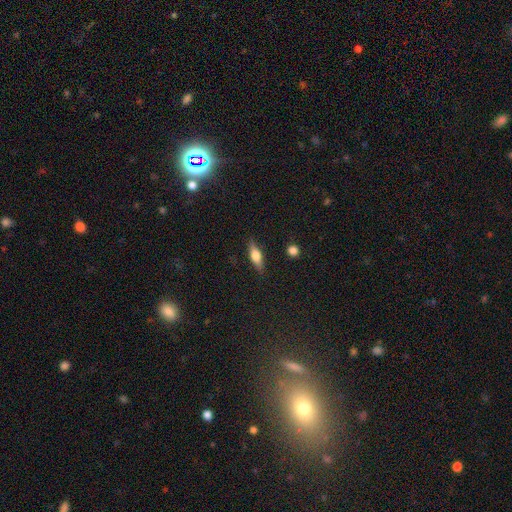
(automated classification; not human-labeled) Smooth or featured? smooth (53%)
How rounded? in between (52%)
Merging? none (85%)